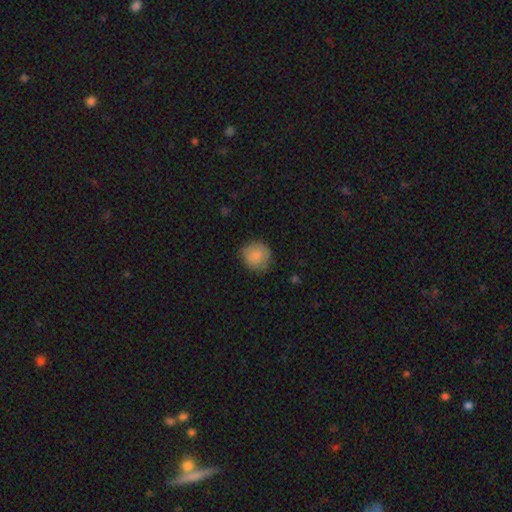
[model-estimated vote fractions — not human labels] smooth 85%, star or artifact 7%, featured or disk 7%. Down the decision tree: how rounded — round (90%); merging — none (78%).